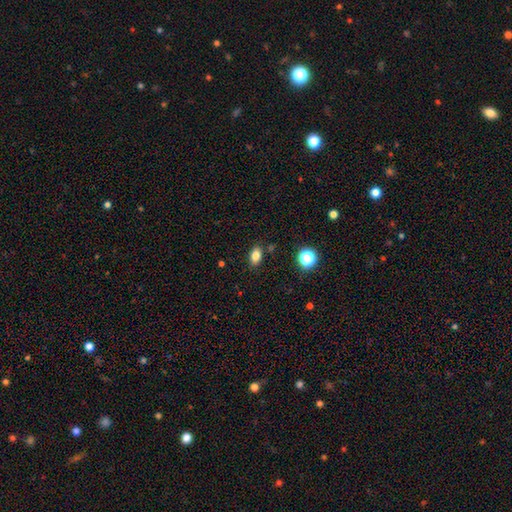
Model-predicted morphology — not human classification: Q: Smooth or featured?
A: smooth (81%); runner-up: star or artifact (12%)
Q: How rounded?
A: in between (85%); runner-up: round (12%)
Q: Merging?
A: none (84%); runner-up: minor disturbance (10%)